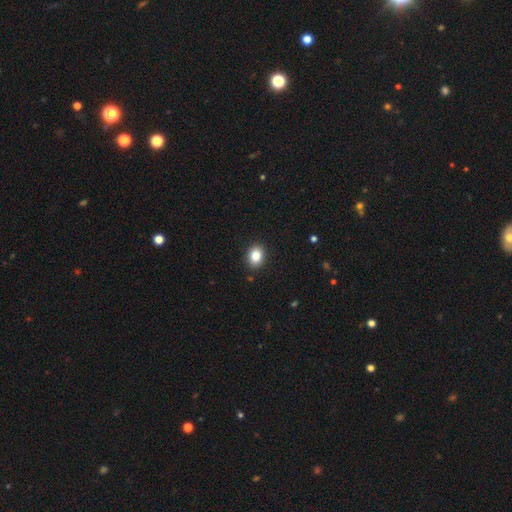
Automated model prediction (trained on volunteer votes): The model was most divided on "how rounded": in between: 55%, round: 44%, cigar-shaped: 1%. More confident: merging — none (90%); smooth or featured — smooth (84%).